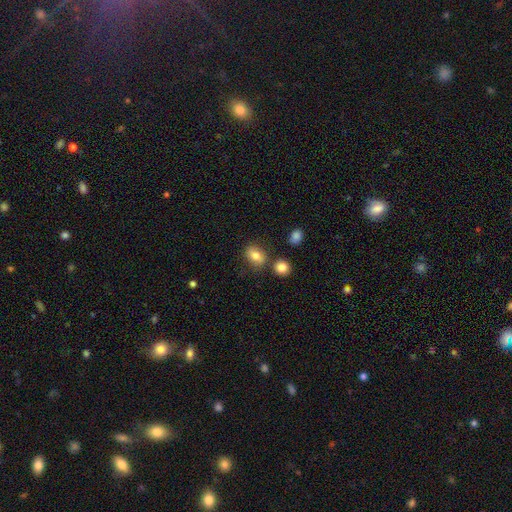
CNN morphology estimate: Q: Smooth or featured?
A: smooth (79%); runner-up: featured or disk (11%)
Q: How rounded?
A: in between (64%); runner-up: round (34%)
Q: Merging?
A: none (74%); runner-up: minor disturbance (13%)